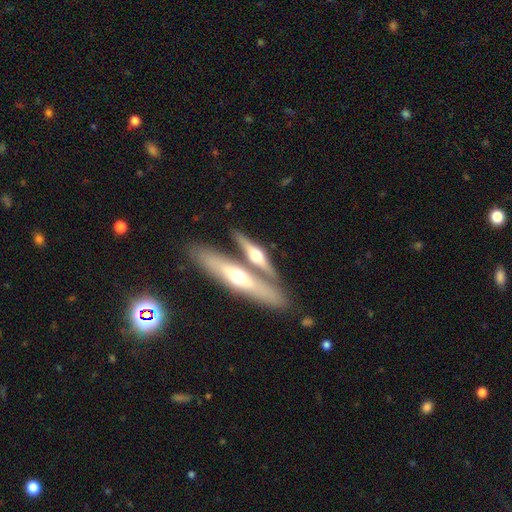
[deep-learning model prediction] smooth_or_featured: featured or disk (p=0.64) [alt: smooth p=0.31]
disk_edge_on: yes (p=0.92) [alt: no p=0.08]
edge_on_bulge: rounded (p=0.95) [alt: none p=0.03]
merging: none (p=0.52) [alt: merger p=0.36]